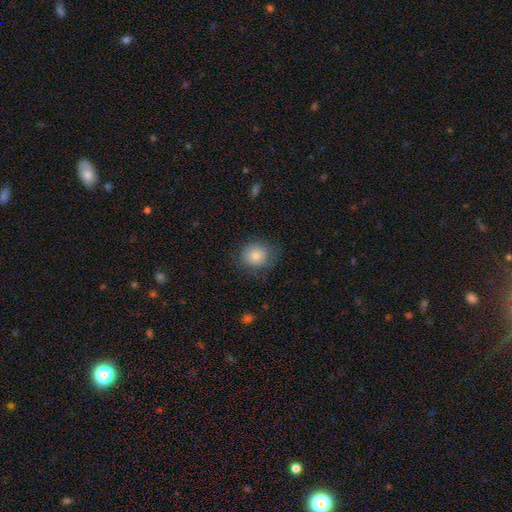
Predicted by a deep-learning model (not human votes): smooth_or_featured: smooth (p=0.77) [alt: featured or disk p=0.13]
how_rounded: round (p=0.76) [alt: in between p=0.23]
merging: none (p=0.75) [alt: minor disturbance p=0.18]